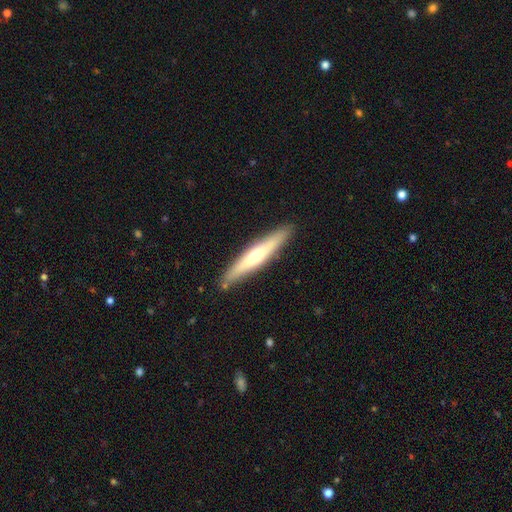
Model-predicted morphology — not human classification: A featured or disk galaxy (51%) viewed edge-on (91%).

Vote fractions:
- Smooth or featured? featured or disk: 51% / smooth: 43% / star or artifact: 6%
- Edge-on disk? yes: 91% / no: 9%
- Merging? none: 89% / minor disturbance: 8% / major disturbance: 1% / merger: 1%